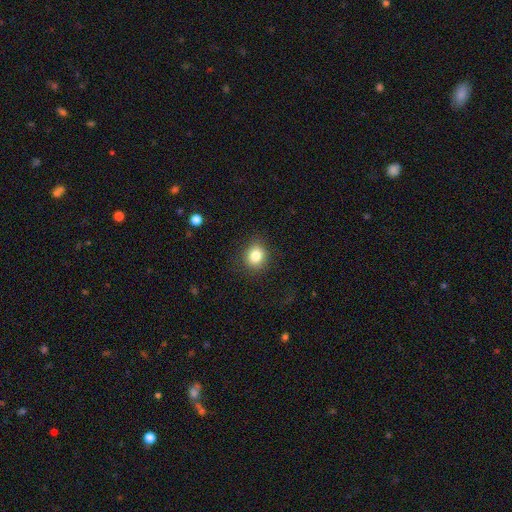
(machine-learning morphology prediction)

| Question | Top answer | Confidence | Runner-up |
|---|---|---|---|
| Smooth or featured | smooth | 83% | star or artifact (10%) |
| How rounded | round | 73% | in between (26%) |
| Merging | none | 87% | minor disturbance (9%) |